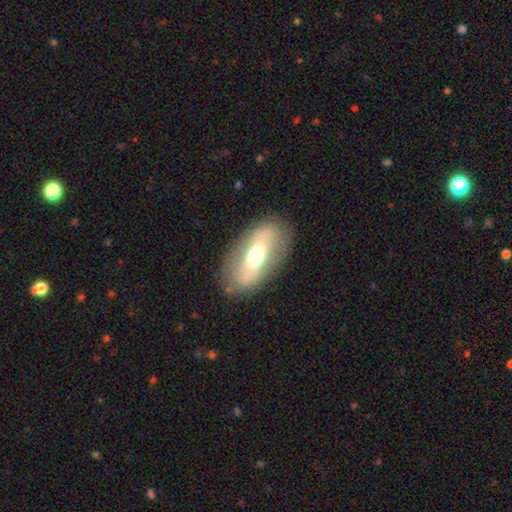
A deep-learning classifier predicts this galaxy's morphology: Smooth or featured?
  - smooth: 49% *
  - featured or disk: 44%
  - star or artifact: 7%
Merging?
  - none: 81% *
  - minor disturbance: 12%
  - major disturbance: 5%
  - merger: 1%